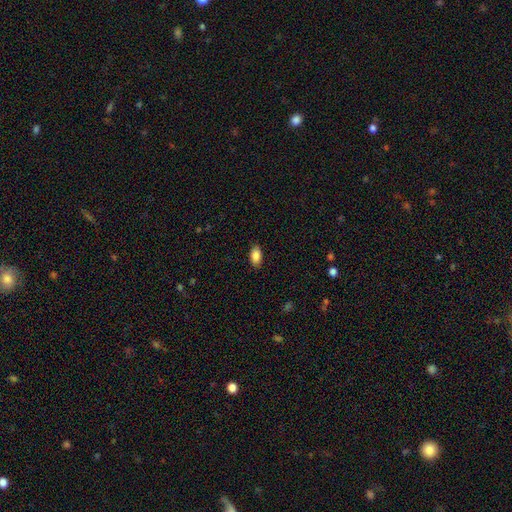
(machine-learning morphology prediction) This appears to be a smooth galaxy with no disk features (88%) that is in between round and cigar-shaped (92%). Merging: none (88%).